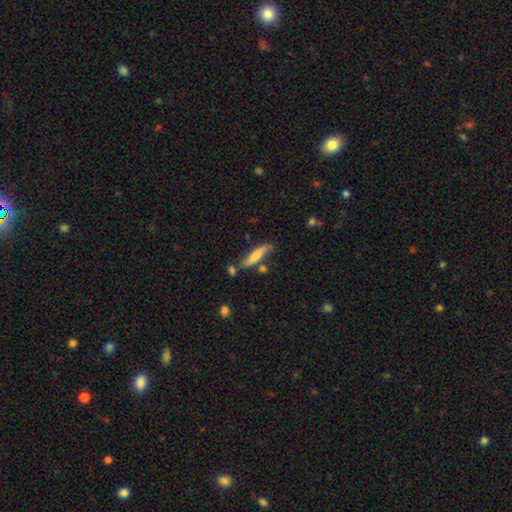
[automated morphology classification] Smooth or featured? Predicted: smooth (p=0.68). How rounded? Predicted: cigar-shaped (p=0.81). Merging? Predicted: none (p=0.66).